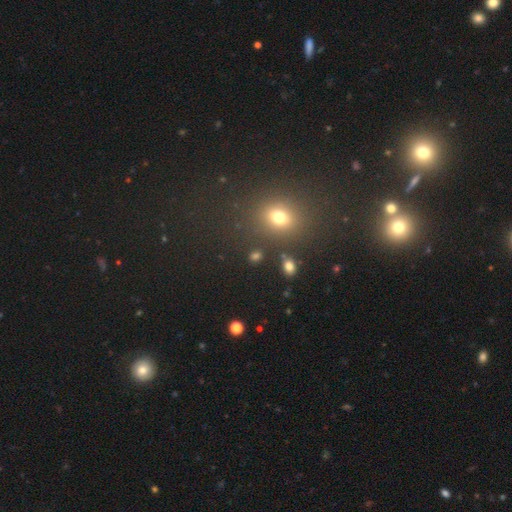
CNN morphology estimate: Smooth or featured? Predicted: smooth (p=0.55). How rounded? Predicted: round (p=0.57). Merging? Predicted: none (p=0.82).